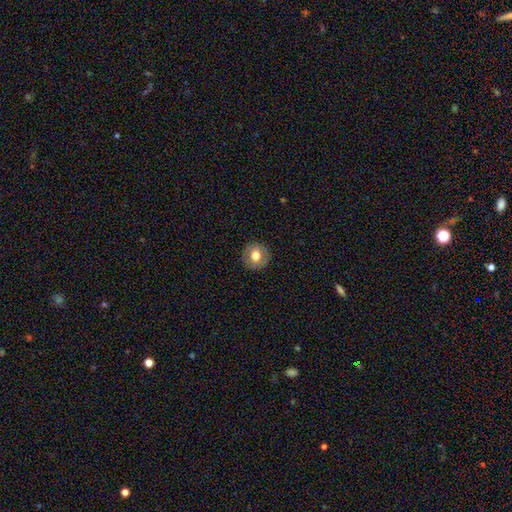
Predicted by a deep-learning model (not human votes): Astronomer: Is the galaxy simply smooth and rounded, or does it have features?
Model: smooth — 68%.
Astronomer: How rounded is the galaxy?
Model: round — 93%.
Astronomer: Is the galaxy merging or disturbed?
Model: none — 89%.